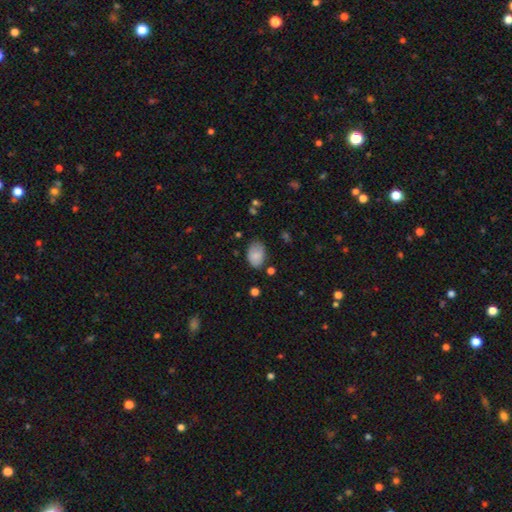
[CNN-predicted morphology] This appears to be a smooth galaxy with no disk features (82%) that is in between round and cigar-shaped (86%). Merging: none (70%).